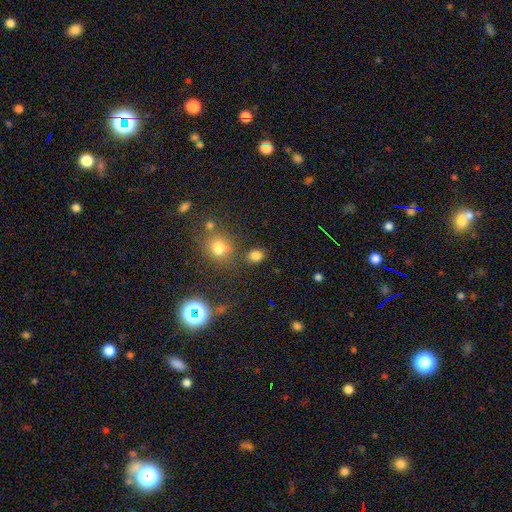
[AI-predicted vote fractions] Smooth or featured?
  - smooth: 77% *
  - star or artifact: 17%
  - featured or disk: 6%
How rounded?
  - in between: 53% *
  - round: 45%
  - cigar-shaped: 1%
Merging?
  - none: 78% *
  - minor disturbance: 11%
  - merger: 7%
  - major disturbance: 4%